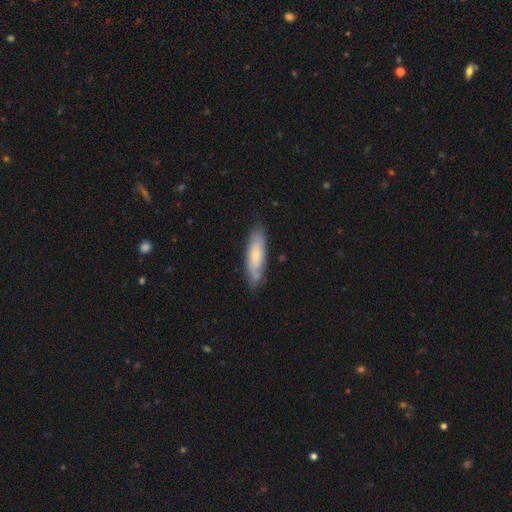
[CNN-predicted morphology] smooth_or_featured: smooth (p=0.58) [alt: featured or disk p=0.36]
how_rounded: cigar-shaped (p=0.54) [alt: in between p=0.44]
merging: none (p=0.70) [alt: minor disturbance p=0.22]